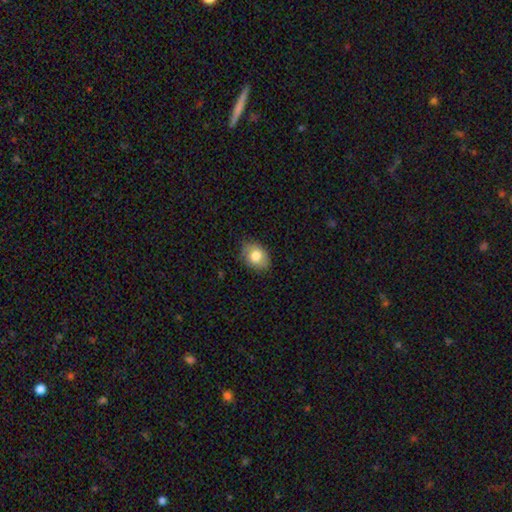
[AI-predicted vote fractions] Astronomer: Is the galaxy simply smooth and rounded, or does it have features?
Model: smooth — 77%.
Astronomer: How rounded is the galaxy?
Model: in between — 68%.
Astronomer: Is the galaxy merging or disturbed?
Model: none — 79%.